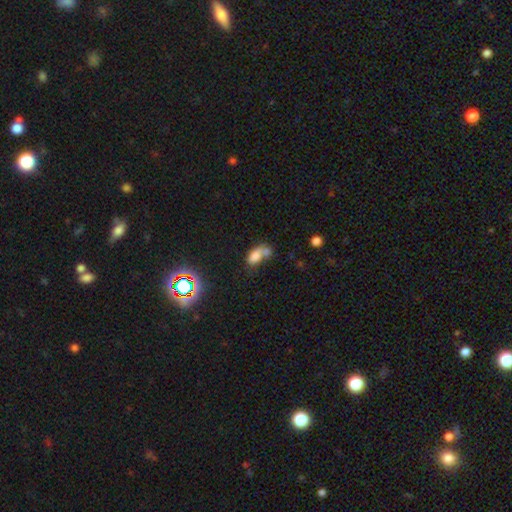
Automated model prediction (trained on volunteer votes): smooth_or_featured: smooth (p=0.70) [alt: featured or disk p=0.17]
how_rounded: in between (p=0.85) [alt: round p=0.12]
merging: merger (p=0.39) [alt: none p=0.27]